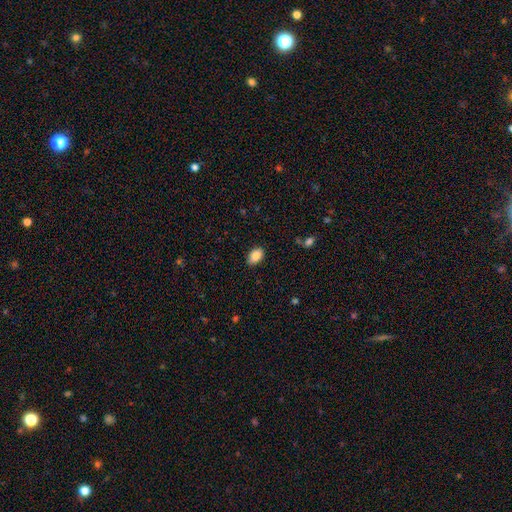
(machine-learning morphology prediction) This is clearly a smooth galaxy (87%). How rounded: clearly in between (87%). Merging: clearly none (85%).